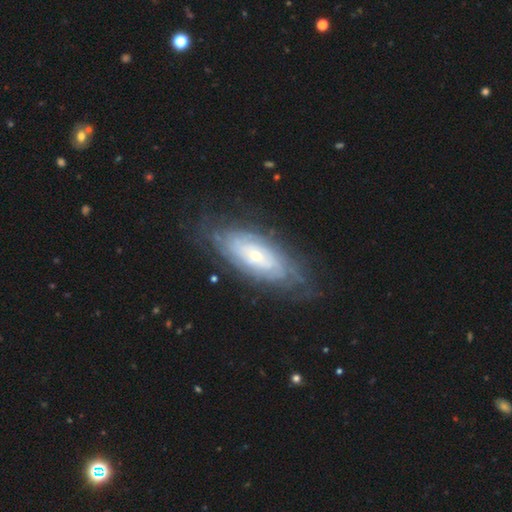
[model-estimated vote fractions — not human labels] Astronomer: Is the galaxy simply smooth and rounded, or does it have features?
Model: featured or disk — 80%.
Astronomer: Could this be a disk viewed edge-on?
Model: no — 89%.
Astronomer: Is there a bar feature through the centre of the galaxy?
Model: no — 76%.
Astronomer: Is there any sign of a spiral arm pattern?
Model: yes — 90%.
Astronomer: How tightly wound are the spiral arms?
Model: tight — 81%.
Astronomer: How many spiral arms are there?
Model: can't tell — 58%.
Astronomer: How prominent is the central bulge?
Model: small — 67%.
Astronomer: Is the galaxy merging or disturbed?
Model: none — 76%.